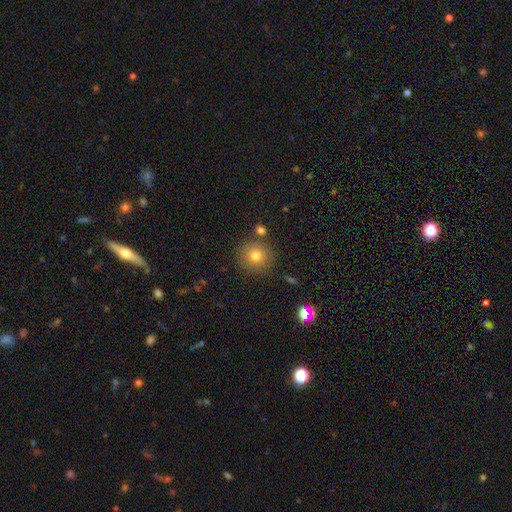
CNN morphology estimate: Smooth or featured? Predicted: smooth (p=0.77). How rounded? Predicted: round (p=0.92). Merging? Predicted: none (p=0.83).